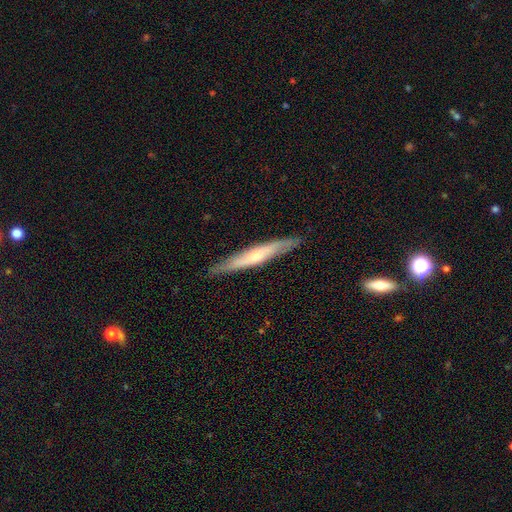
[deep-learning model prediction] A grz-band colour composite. It shows a featured or disk galaxy (54%) viewed edge-on (86%). Merging: none (87%).